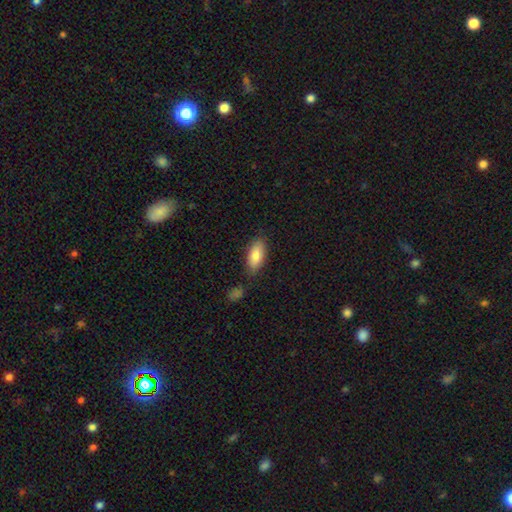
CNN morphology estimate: Overall: smooth (82%). How rounded: in between (87%). Merging: none (78%).